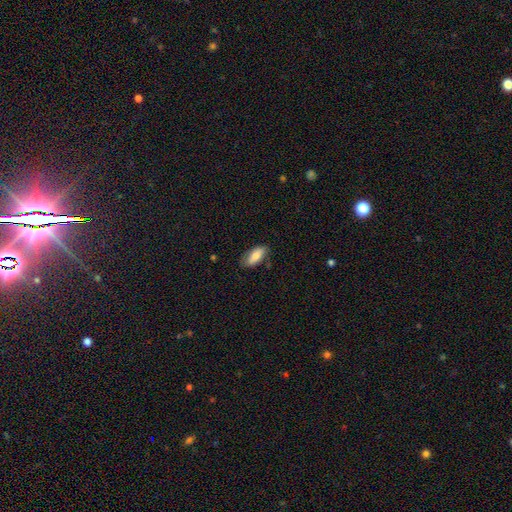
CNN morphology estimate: Overall: smooth (77%). How rounded: in between (86%). Merging: none (75%).